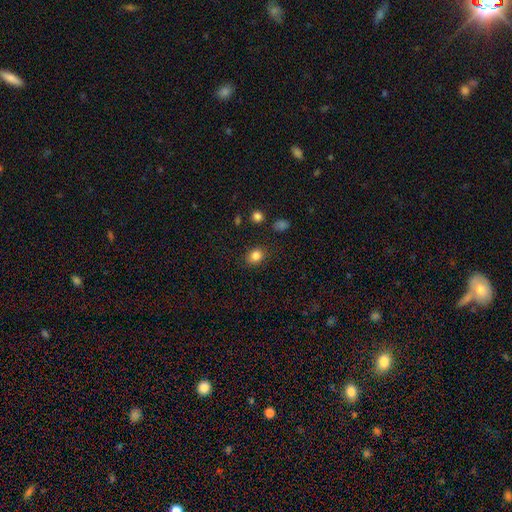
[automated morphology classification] This appears to be a smooth galaxy with no disk features (84%) that is round (52%). Merging: none (85%).